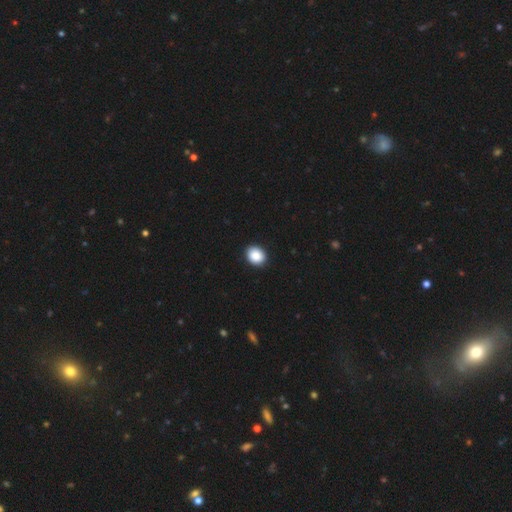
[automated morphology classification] smooth_or_featured: smooth (p=0.89) [alt: star or artifact p=0.07]
how_rounded: round (p=0.57) [alt: in between p=0.42]
merging: none (p=0.91) [alt: minor disturbance p=0.07]